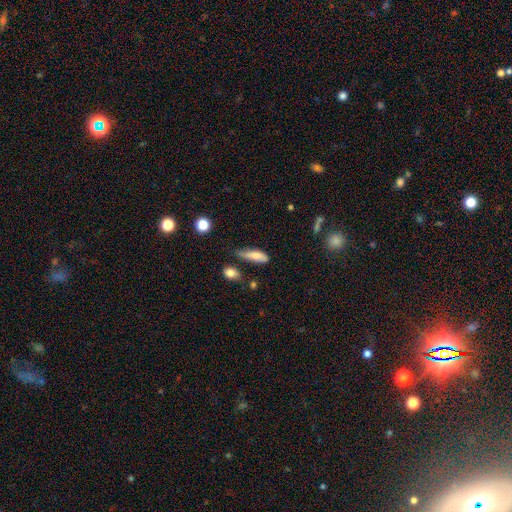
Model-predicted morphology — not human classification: The model was most divided on "merging": none: 43%, minor disturbance: 39%, major disturbance: 12%, merger: 6%. More confident: smooth or featured — smooth (76%); how rounded — in between (51%).